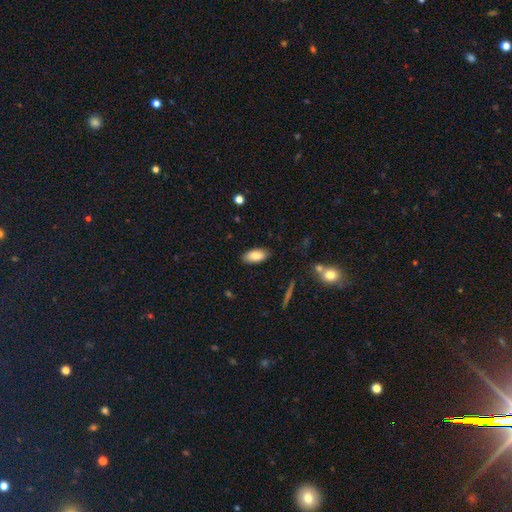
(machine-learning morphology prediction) A smooth galaxy with no disk features (85%) that is in between round and cigar-shaped (91%). Merging: none (87%).